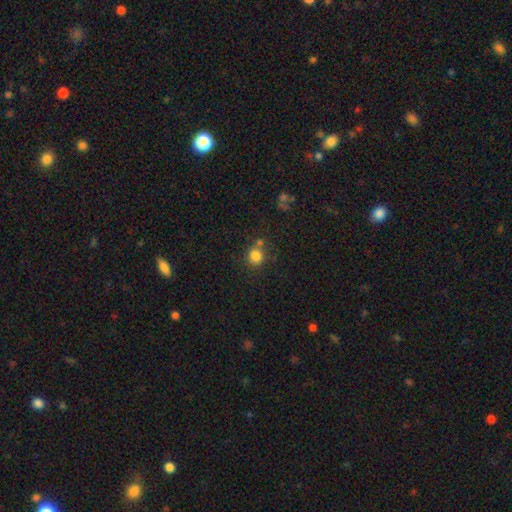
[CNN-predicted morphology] smooth 82%, star or artifact 12%, featured or disk 6%. Down the decision tree: how rounded — round (84%); merging — none (68%).